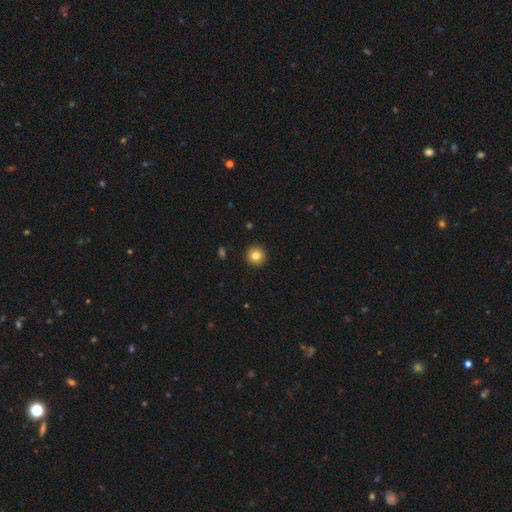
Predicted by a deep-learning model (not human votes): A smooth galaxy with no disk features (82%) that is round (95%).

Vote fractions:
- Smooth or featured? smooth: 82% / star or artifact: 11% / featured or disk: 7%
- How rounded? round: 95% / in between: 4% / cigar-shaped: 1%
- Merging? none: 93% / minor disturbance: 5% / major disturbance: 1% / merger: 1%